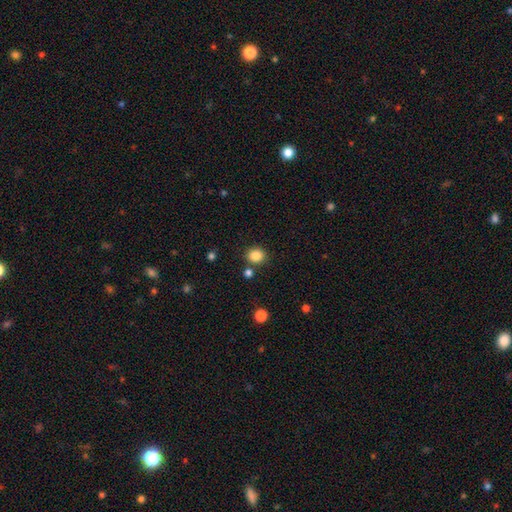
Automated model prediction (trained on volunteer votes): smooth 85%, star or artifact 11%, featured or disk 4%. Down the decision tree: how rounded — round (76%); merging — none (82%).